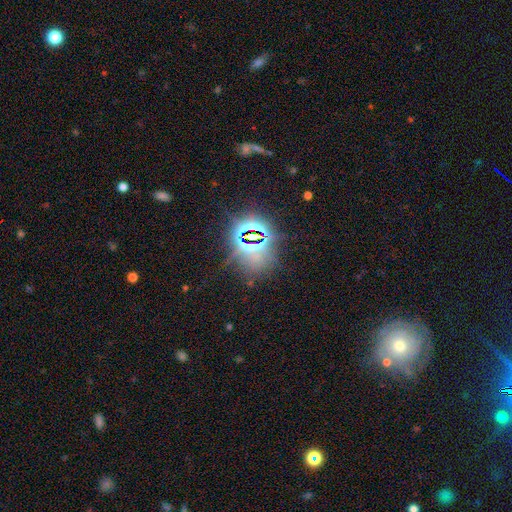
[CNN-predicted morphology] Smooth or featured: star or artifact — 75% (smooth — 16%)